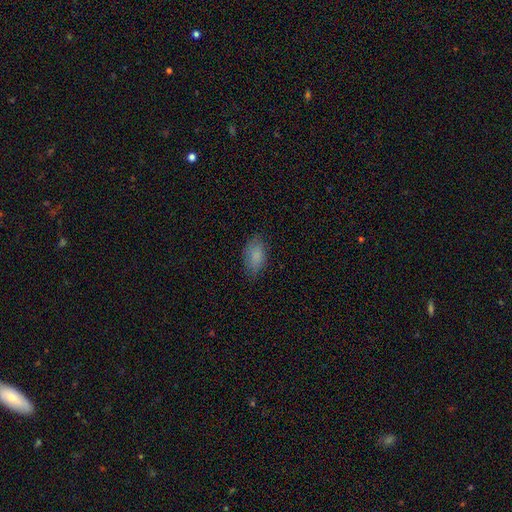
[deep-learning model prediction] Smooth or featured?
  - smooth: 84% *
  - featured or disk: 8%
  - star or artifact: 8%
How rounded?
  - in between: 92% *
  - round: 5%
  - cigar-shaped: 3%
Merging?
  - none: 77% *
  - minor disturbance: 18%
  - major disturbance: 4%
  - merger: 1%